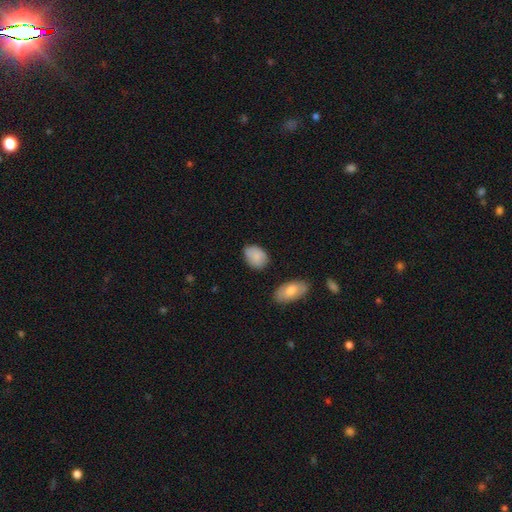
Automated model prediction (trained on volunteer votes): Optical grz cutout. It shows a smooth galaxy with no disk features (85%) that is in between round and cigar-shaped (78%). Merging: none (71%).